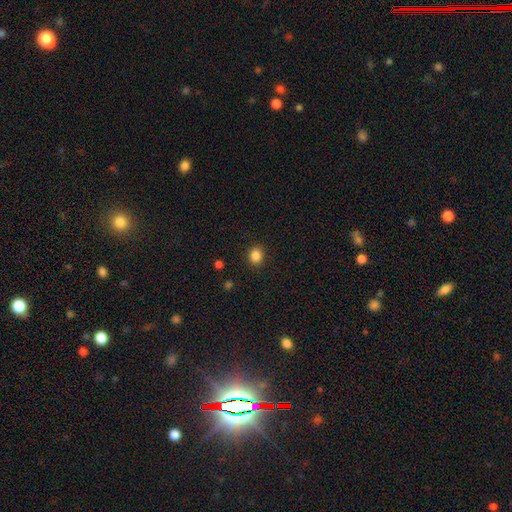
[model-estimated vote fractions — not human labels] This appears to be a smooth galaxy with no disk features (85%) that is round (72%). Merging: none (90%).